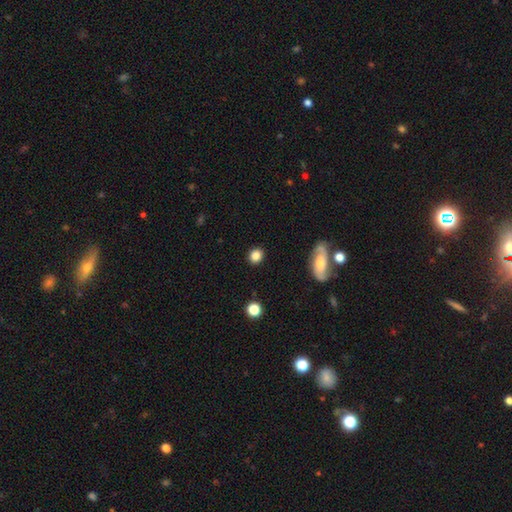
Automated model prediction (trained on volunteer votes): smooth 84%, star or artifact 10%, featured or disk 5%. Down the decision tree: how rounded — round (84%); merging — none (90%).